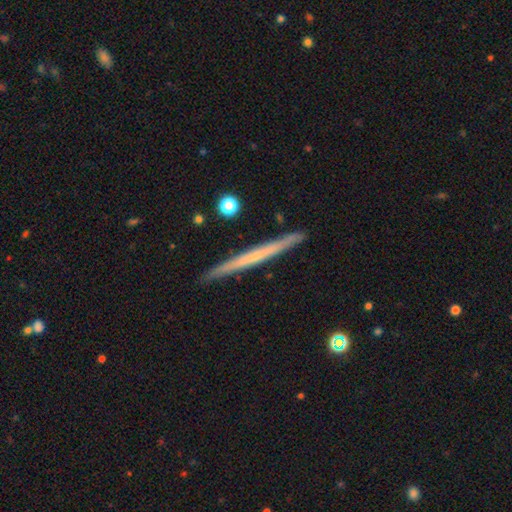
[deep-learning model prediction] Smooth or featured? Predicted: featured or disk (p=0.55). Edge-on disk? Predicted: yes (p=0.97). Edge-on bulge? Predicted: none (p=0.84). Merging? Predicted: none (p=0.91).